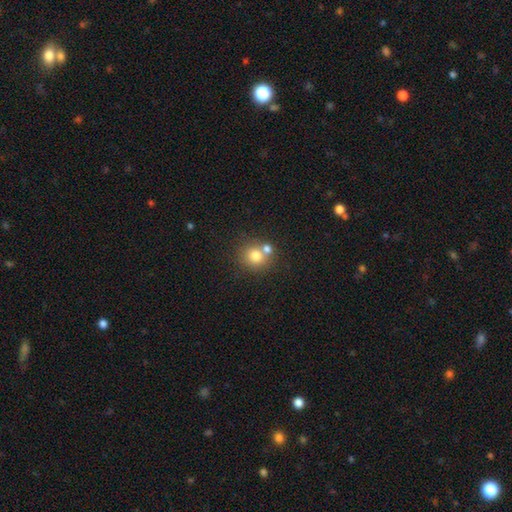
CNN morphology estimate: A smooth galaxy with no disk features (77%) that is round (86%). Merging: none (56%).